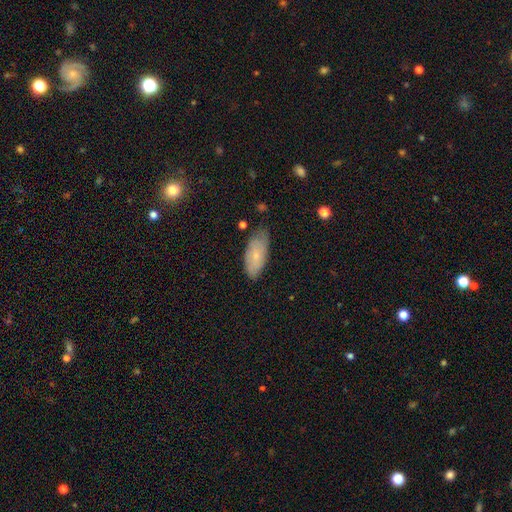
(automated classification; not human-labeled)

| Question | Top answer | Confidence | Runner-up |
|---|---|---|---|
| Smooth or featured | smooth | 67% | featured or disk (26%) |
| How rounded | in between | 86% | cigar-shaped (11%) |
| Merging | none | 70% | minor disturbance (24%) |